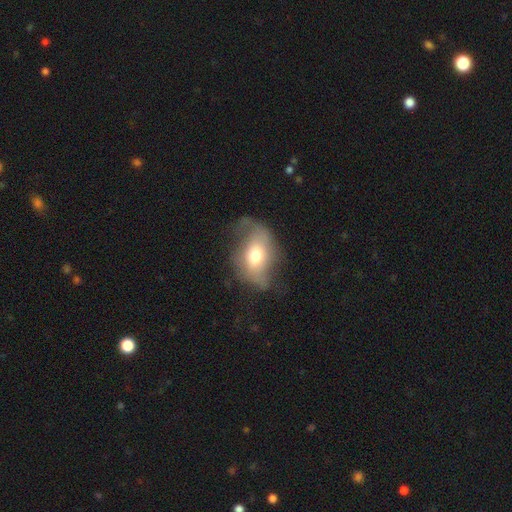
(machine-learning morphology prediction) Smooth or featured? Predicted: smooth (p=0.47). Merging? Predicted: none (p=0.35).